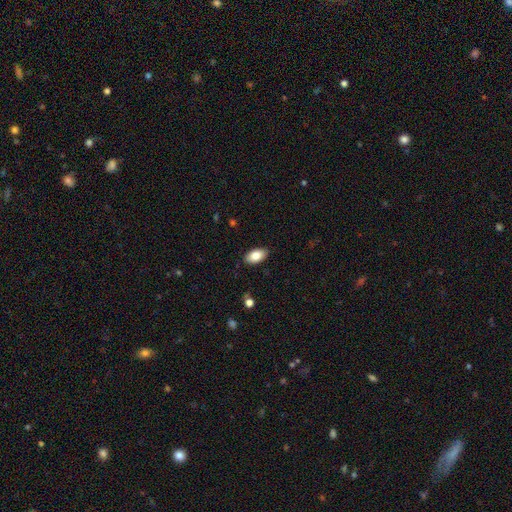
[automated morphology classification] smooth 84%, featured or disk 9%, star or artifact 7%. Down the decision tree: how rounded — in between (94%); merging — none (88%).